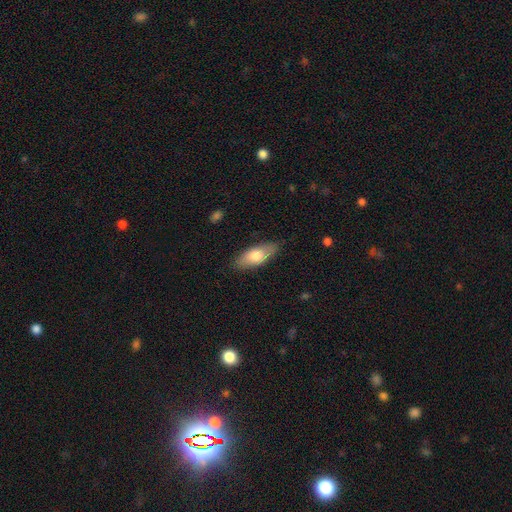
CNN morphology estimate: This appears to be a smooth galaxy with no disk features (72%) that is in between round and cigar-shaped (79%). Merging: none (83%).